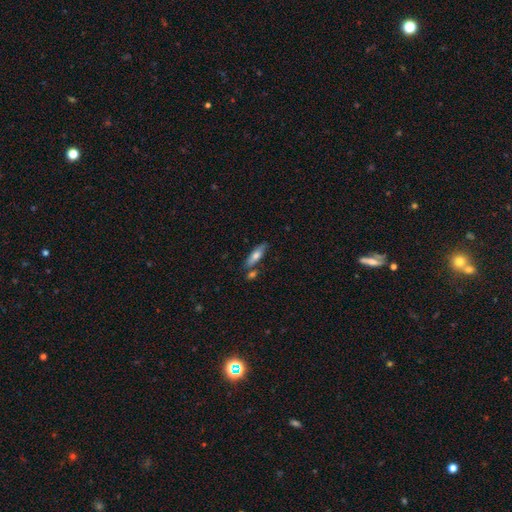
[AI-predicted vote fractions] smooth_or_featured: smooth (p=0.64) [alt: featured or disk p=0.30]
how_rounded: cigar-shaped (p=0.58) [alt: in between p=0.40]
merging: none (p=0.71) [alt: minor disturbance p=0.13]